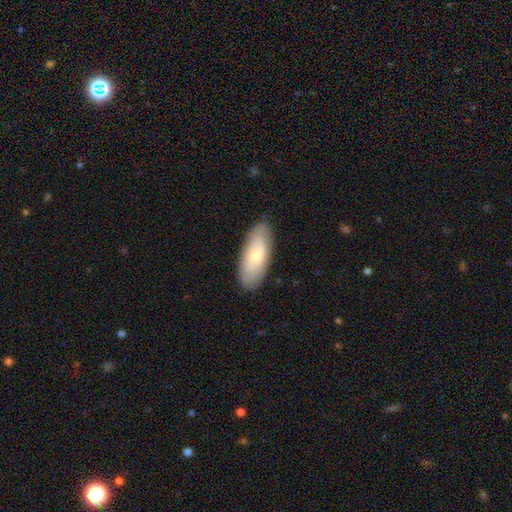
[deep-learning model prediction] A smooth galaxy with no disk features (64%) that is in between round and cigar-shaped (79%).

Vote fractions:
- Smooth or featured? smooth: 64% / featured or disk: 30% / star or artifact: 6%
- How rounded? in between: 79% / cigar-shaped: 18% / round: 2%
- Merging? none: 84% / minor disturbance: 12% / major disturbance: 3% / merger: 1%